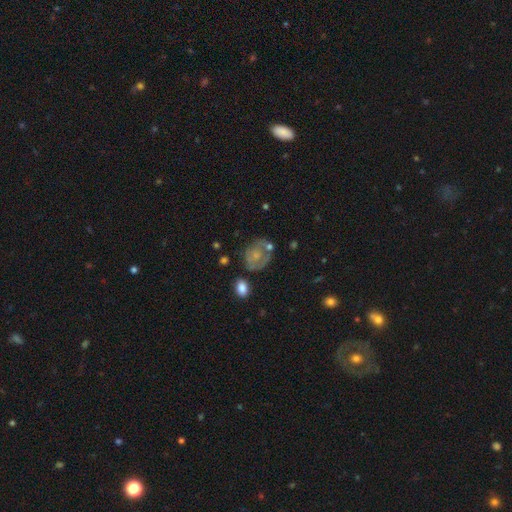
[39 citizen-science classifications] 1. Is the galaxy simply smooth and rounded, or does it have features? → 51% smooth, 38% featured or disk, 10% star or artifact.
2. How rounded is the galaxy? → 55% round, 45% in between, 0% cigar-shaped.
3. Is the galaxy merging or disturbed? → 51% none, 29% minor disturbance, 11% major disturbance, 9% merger.